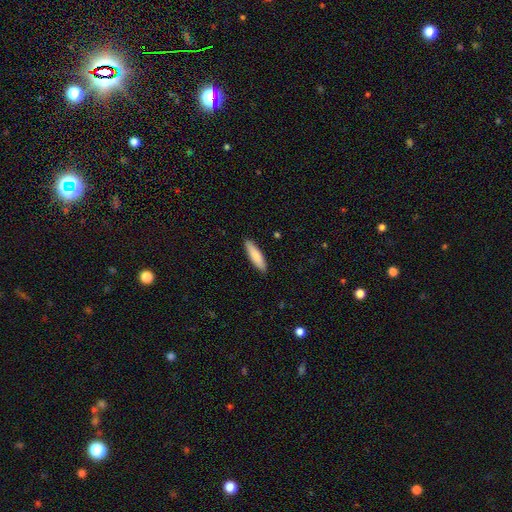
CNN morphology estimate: This is clearly a smooth galaxy (82%). How rounded: likely cigar-shaped (72%). Merging: clearly none (90%).